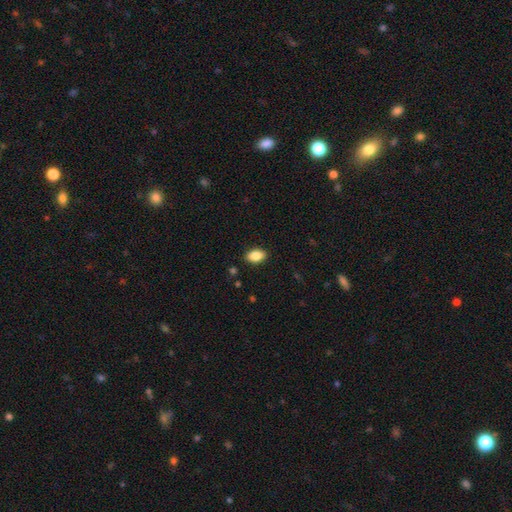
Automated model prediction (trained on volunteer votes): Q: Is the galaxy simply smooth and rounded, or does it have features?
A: smooth — 86%.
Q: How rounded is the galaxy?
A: in between — 90%.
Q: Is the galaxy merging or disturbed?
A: none — 89%.